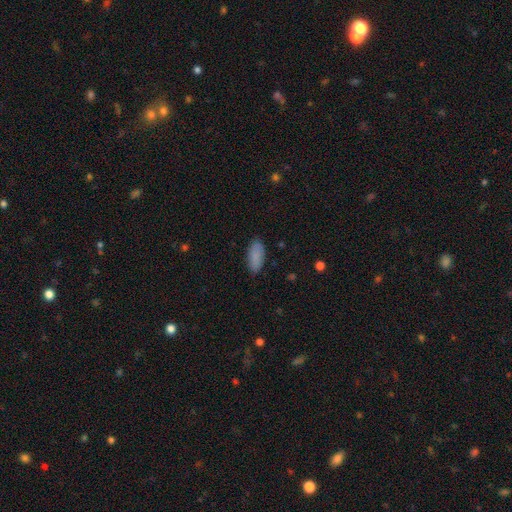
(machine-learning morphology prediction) smooth 88%, star or artifact 6%, featured or disk 6%. Down the decision tree: how rounded — in between (86%); merging — none (85%).